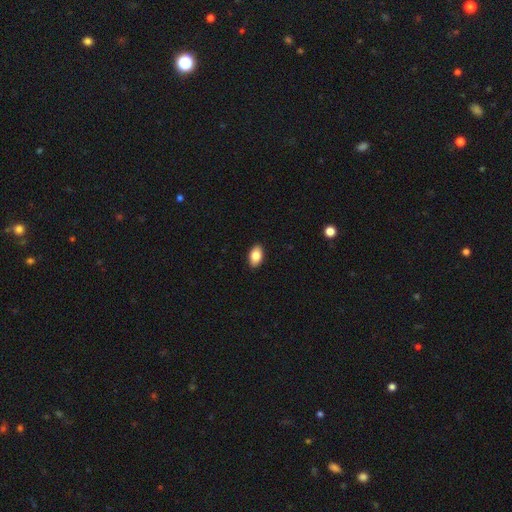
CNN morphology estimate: smooth_or_featured: smooth (p=0.85) [alt: featured or disk p=0.08]
how_rounded: in between (p=0.93) [alt: round p=0.05]
merging: none (p=0.91) [alt: minor disturbance p=0.07]